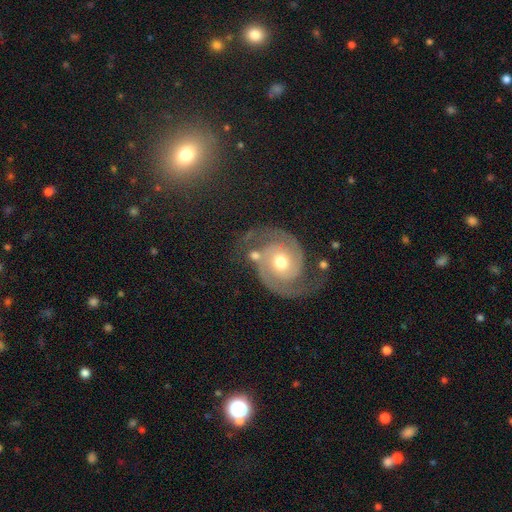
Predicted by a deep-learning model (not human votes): smooth_or_featured: featured or disk (p=0.88) [alt: star or artifact p=0.06]
disk_edge_on: no (p=0.98) [alt: yes p=0.02]
bar: no (p=0.71) [alt: weak p=0.22]
has_spiral_arms: yes (p=0.98) [alt: no p=0.02]
spiral_winding: medium (p=0.48) [alt: tight p=0.40]
spiral_arm_count: 2 (p=0.94) [alt: can't tell p=0.02]
bulge_size: moderate (p=0.76) [alt: small p=0.13]
merging: none (p=0.69) [alt: minor disturbance p=0.16]